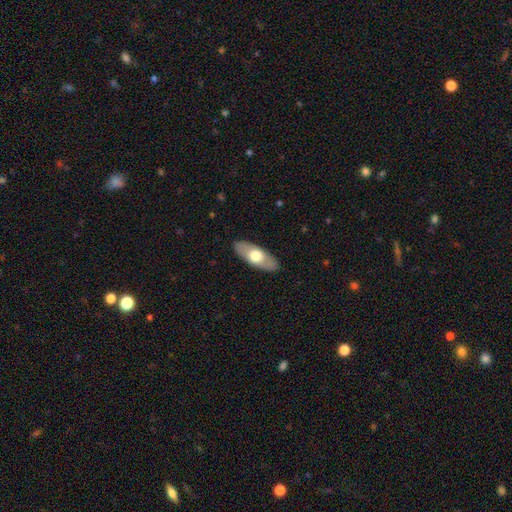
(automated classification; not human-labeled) The model was most divided on "smooth or featured": smooth: 59%, featured or disk: 36%, star or artifact: 5%. More confident: merging — none (88%); how rounded — in between (82%).